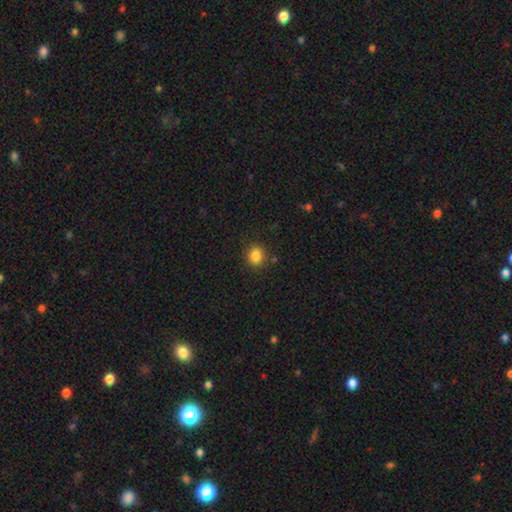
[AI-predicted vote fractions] smooth-or-featured: smooth: 84% | star or artifact: 11% | featured or disk: 5%
  how-rounded: round: 79% | in between: 20% | cigar-shaped: 1%
  merging: none: 86% | minor disturbance: 9% | major disturbance: 3% | merger: 2%